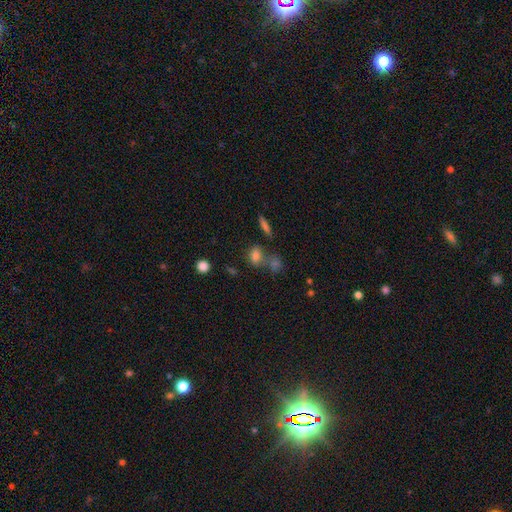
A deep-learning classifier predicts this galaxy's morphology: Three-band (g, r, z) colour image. It shows a smooth galaxy with no disk features (75%) that is in between round and cigar-shaped (70%). Merging: none (50%).